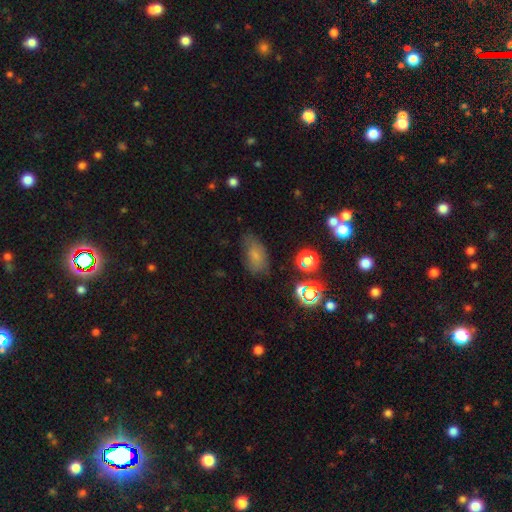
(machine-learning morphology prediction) Smooth or featured?
  - smooth: 70% *
  - star or artifact: 15%
  - featured or disk: 14%
How rounded?
  - in between: 88% *
  - round: 9%
  - cigar-shaped: 3%
Merging?
  - none: 60% *
  - minor disturbance: 27%
  - major disturbance: 11%
  - merger: 3%